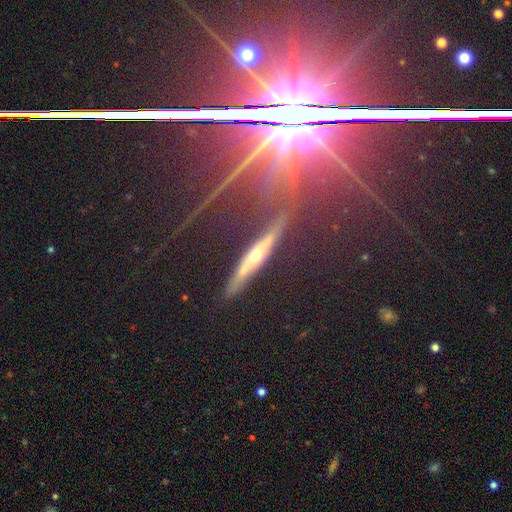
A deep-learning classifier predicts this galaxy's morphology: featured or disk 58%, star or artifact 27%, smooth 15%. Down the decision tree: edge-on disk — yes (89%); edge-on bulge — rounded (86%); merging — none (79%).